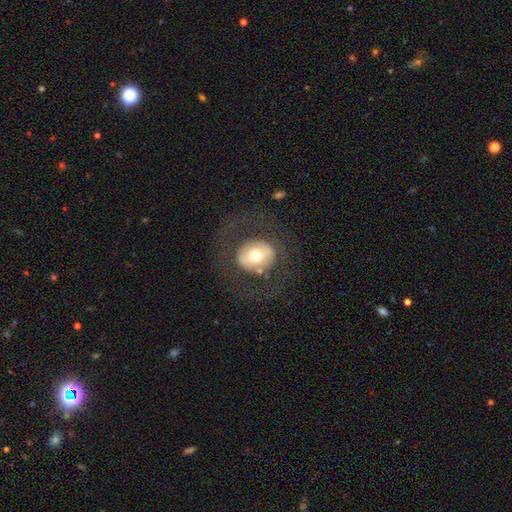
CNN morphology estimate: A smooth galaxy with no disk features (52%) that is round (74%).

Vote fractions:
- Smooth or featured? smooth: 52% / featured or disk: 40% / star or artifact: 8%
- How rounded? round: 74% / in between: 26% / cigar-shaped: 1%
- Merging? none: 71% / major disturbance: 15% / minor disturbance: 12% / merger: 2%